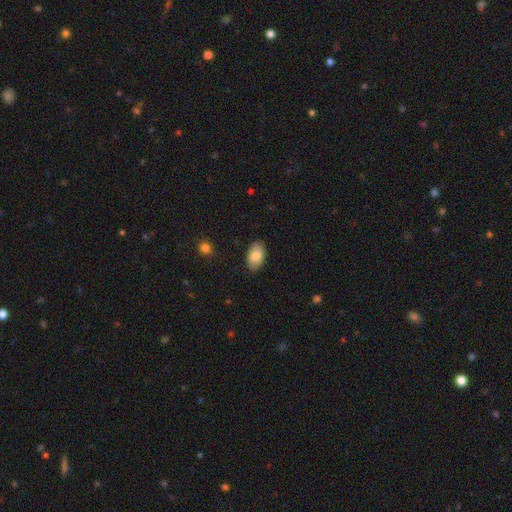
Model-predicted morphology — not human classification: The model was most divided on "merging": none: 86%, minor disturbance: 11%, major disturbance: 2%, merger: 1%. More confident: how rounded — in between (94%); smooth or featured — smooth (85%).